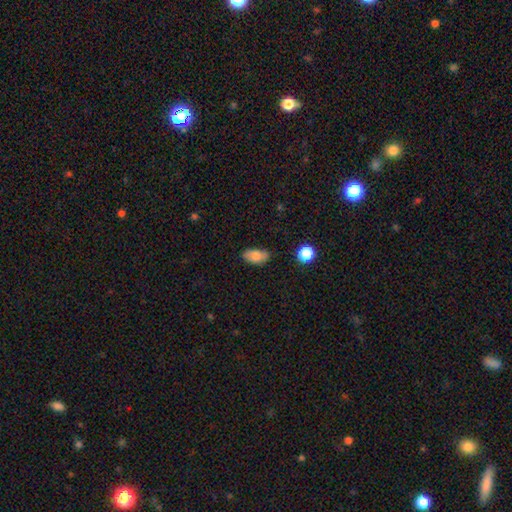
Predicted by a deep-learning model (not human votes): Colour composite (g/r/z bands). It shows a smooth galaxy with no disk features (77%) that is in between round and cigar-shaped (92%). Merging: none (76%).